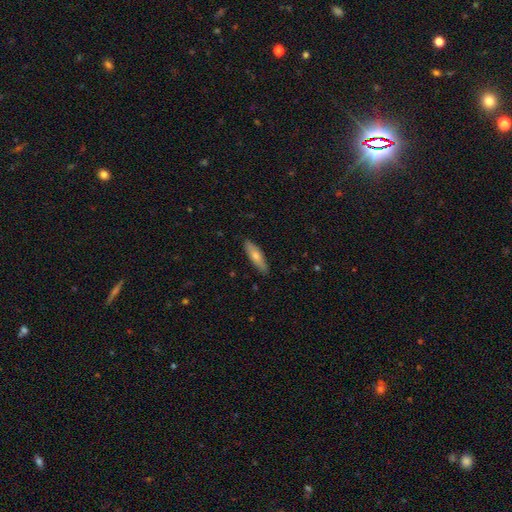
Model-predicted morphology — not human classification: Smooth or featured? smooth (67%)
How rounded? cigar-shaped (63%)
Merging? none (87%)